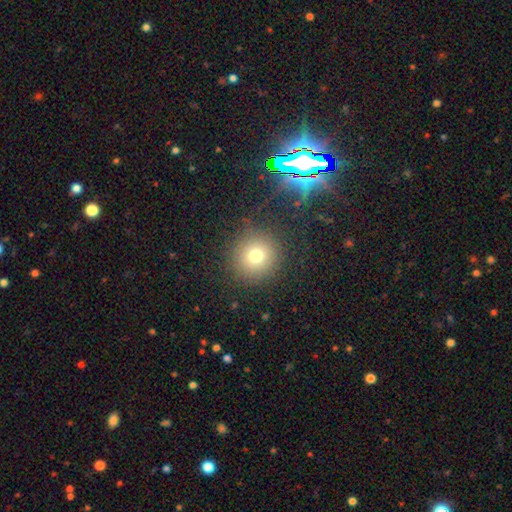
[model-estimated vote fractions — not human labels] This is likely a smooth galaxy (73%). How rounded: clearly round (93%). Merging: clearly none (87%).